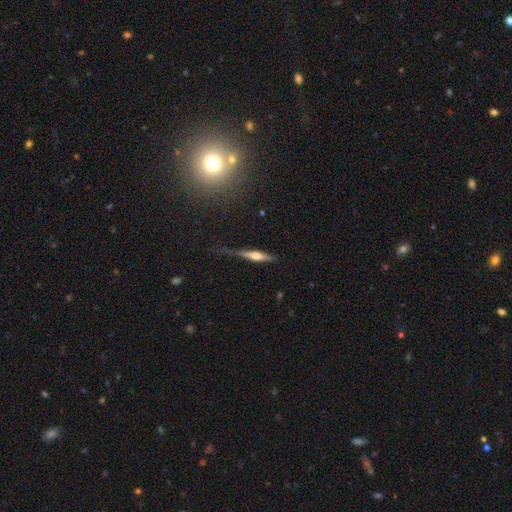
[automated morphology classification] A featured or disk galaxy (53%) viewed edge-on (94%). Merging: none (58%).